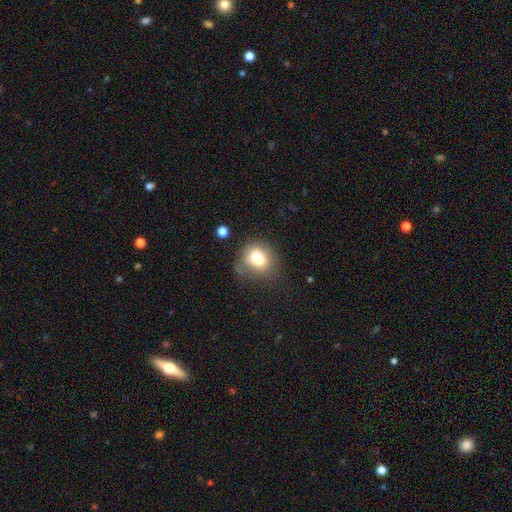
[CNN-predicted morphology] Smooth or featured? smooth (70%)
How rounded? round (60%)
Merging? none (41%)